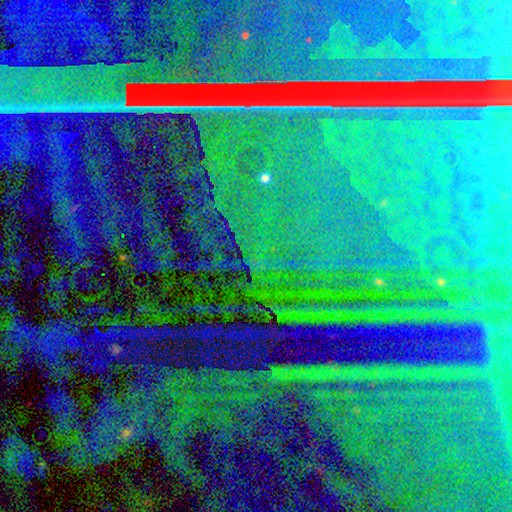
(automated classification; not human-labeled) smooth_or_featured: star or artifact (p=0.89) [alt: featured or disk p=0.06]